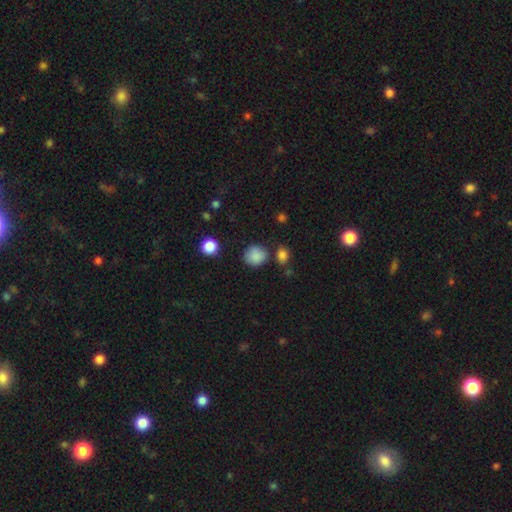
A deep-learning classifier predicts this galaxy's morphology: Smooth or featured?
  - smooth: 86% *
  - star or artifact: 9%
  - featured or disk: 4%
How rounded?
  - round: 84% *
  - in between: 15%
  - cigar-shaped: 1%
Merging?
  - none: 75% *
  - minor disturbance: 15%
  - merger: 6%
  - major disturbance: 4%